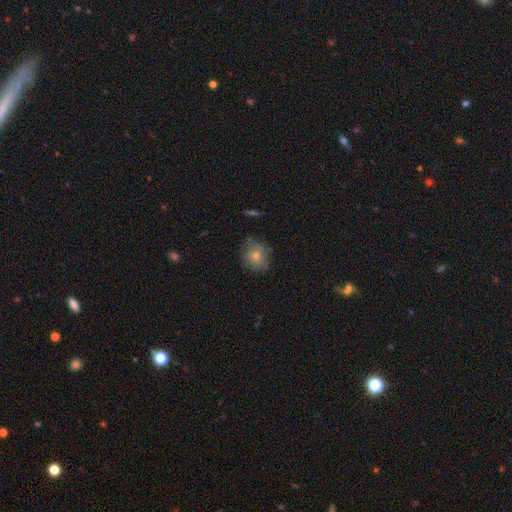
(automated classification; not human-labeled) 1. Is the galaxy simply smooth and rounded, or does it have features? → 64% smooth, 23% featured or disk, 13% star or artifact.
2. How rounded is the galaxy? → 64% round, 35% in between, 1% cigar-shaped.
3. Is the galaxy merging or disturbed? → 73% none, 20% minor disturbance, 5% major disturbance, 2% merger.